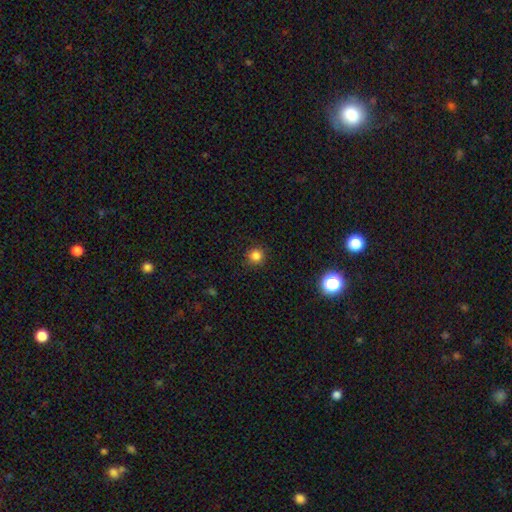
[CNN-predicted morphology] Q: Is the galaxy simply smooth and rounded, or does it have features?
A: smooth — 83%.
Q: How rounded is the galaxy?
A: round — 94%.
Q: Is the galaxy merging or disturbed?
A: none — 90%.